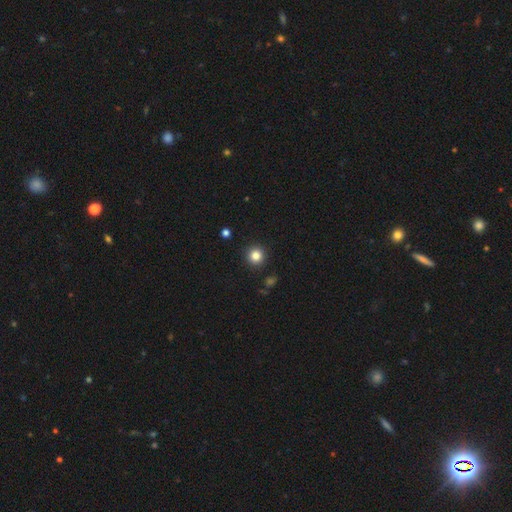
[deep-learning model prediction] smooth_or_featured: smooth (p=0.83) [alt: star or artifact p=0.12]
how_rounded: round (p=0.95) [alt: in between p=0.04]
merging: none (p=0.92) [alt: minor disturbance p=0.05]